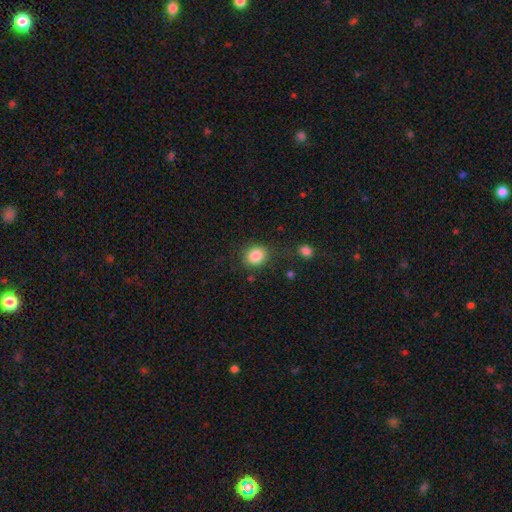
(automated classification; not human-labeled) A smooth galaxy with no disk features (86%) that is round (69%).

Vote fractions:
- Smooth or featured? smooth: 86% / star or artifact: 9% / featured or disk: 5%
- How rounded? round: 69% / in between: 30% / cigar-shaped: 1%
- Merging? none: 81% / minor disturbance: 12% / major disturbance: 4% / merger: 3%